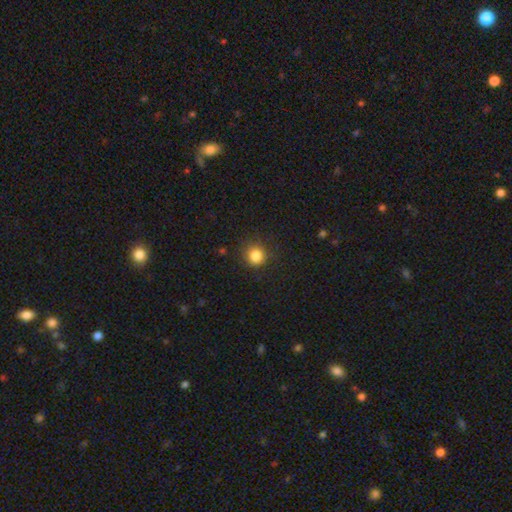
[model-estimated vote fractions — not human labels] This is clearly a smooth galaxy (85%). How rounded: clearly round (91%). Merging: clearly none (84%).